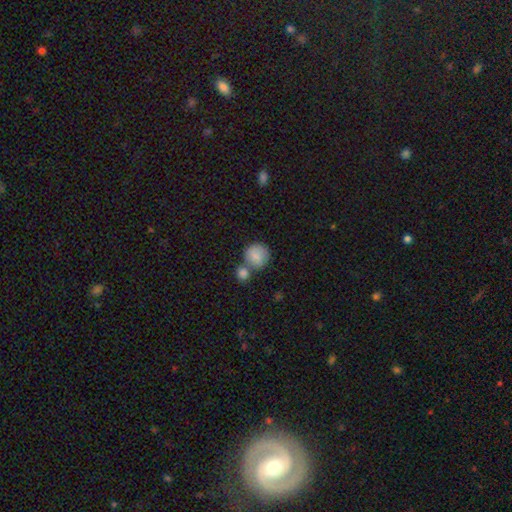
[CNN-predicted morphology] A smooth galaxy with no disk features (84%) that is round (87%).

Vote fractions:
- Smooth or featured? smooth: 84% / featured or disk: 9% / star or artifact: 7%
- How rounded? round: 87% / in between: 12% / cigar-shaped: 1%
- Merging? none: 45% / merger: 40% / minor disturbance: 11% / major disturbance: 4%